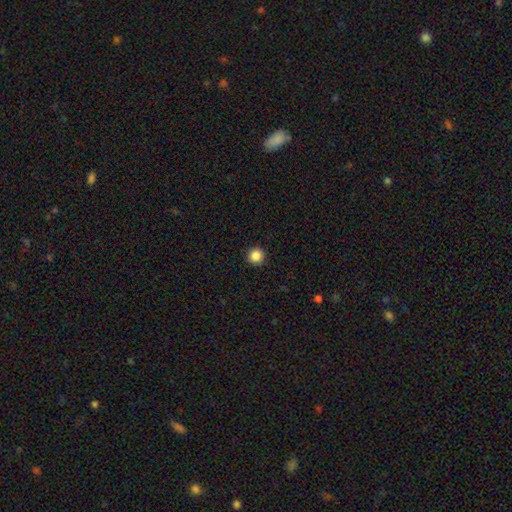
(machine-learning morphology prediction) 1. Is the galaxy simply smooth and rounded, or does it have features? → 87% smooth, 11% star or artifact, 3% featured or disk.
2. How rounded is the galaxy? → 95% round, 4% in between, 1% cigar-shaped.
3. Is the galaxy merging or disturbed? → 92% none, 5% minor disturbance, 2% major disturbance, 1% merger.